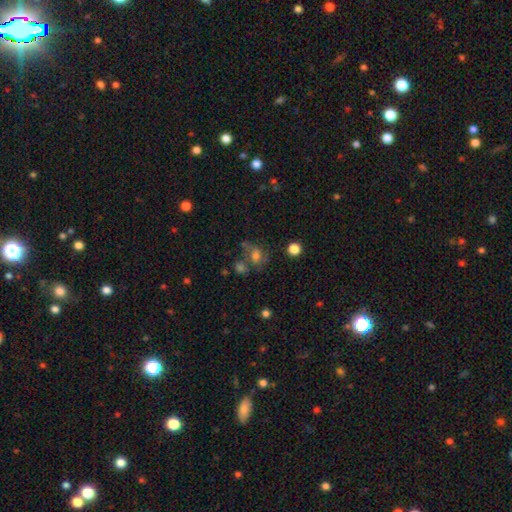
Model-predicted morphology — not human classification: Smooth or featured? smooth (54%)
How rounded? round (54%)
Merging? none (41%)